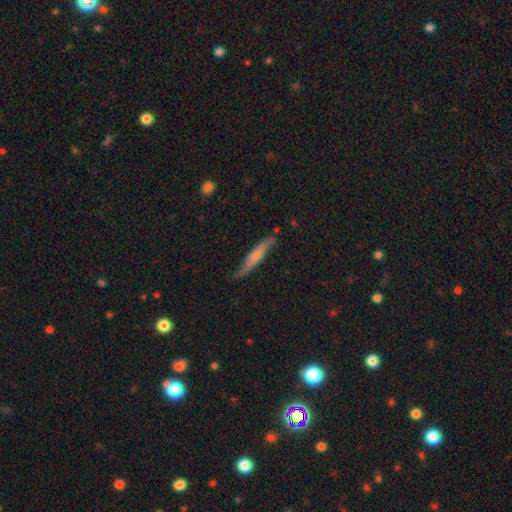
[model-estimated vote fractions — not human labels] Smooth or featured? featured or disk (51%)
Edge-on disk? yes (77%)
Merging? none (69%)